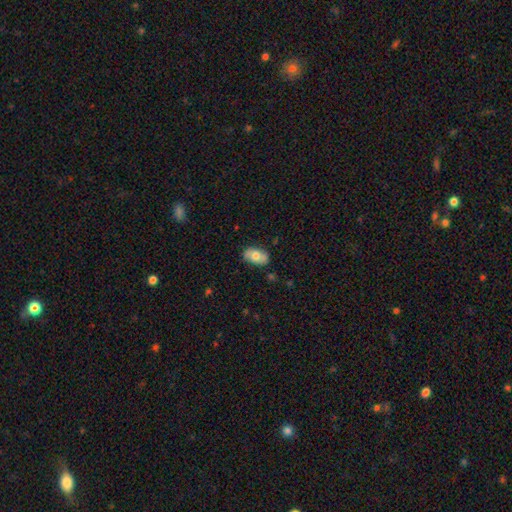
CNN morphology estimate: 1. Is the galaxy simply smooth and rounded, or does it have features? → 67% smooth, 26% featured or disk, 7% star or artifact.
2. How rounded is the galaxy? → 91% in between, 7% round, 2% cigar-shaped.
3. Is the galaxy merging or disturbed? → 77% none, 18% minor disturbance, 3% major disturbance, 2% merger.